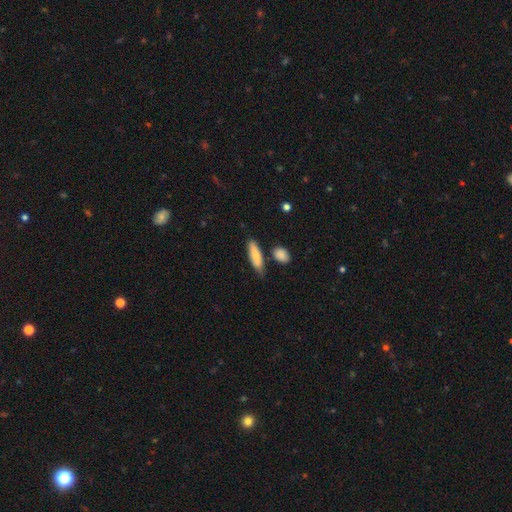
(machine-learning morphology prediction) Smooth or featured: smooth — 80% (featured or disk — 14%)
How rounded: cigar-shaped — 53% (in between — 45%)
Merging: none — 69% (minor disturbance — 20%)